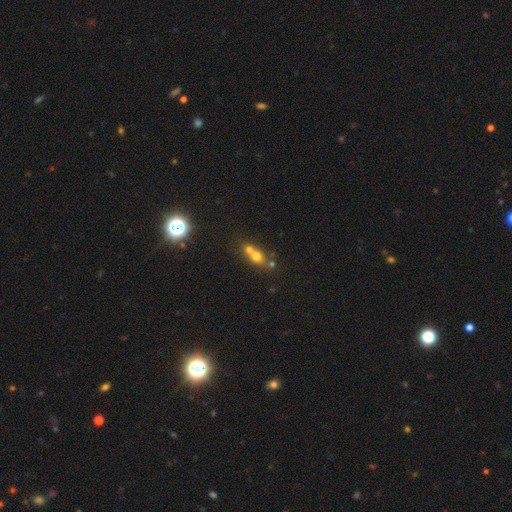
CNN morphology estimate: This appears to be a smooth galaxy with no disk features (59%) that is round (65%). Merging: merger (59%).